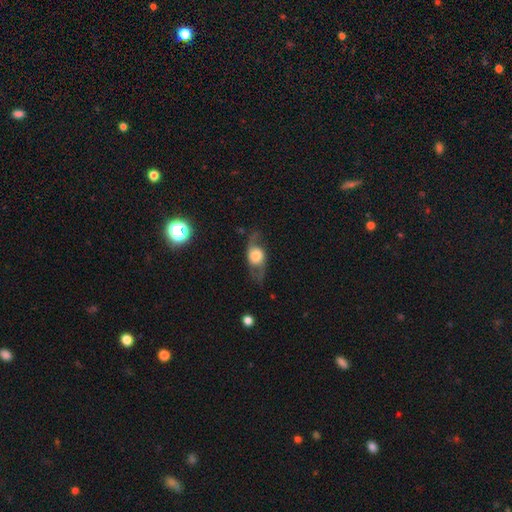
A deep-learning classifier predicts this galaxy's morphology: Smooth or featured?
  - featured or disk: 61% *
  - smooth: 32%
  - star or artifact: 8%
Edge-on disk?
  - no: 76% *
  - yes: 24%
Merging?
  - none: 68% *
  - minor disturbance: 17%
  - major disturbance: 12%
  - merger: 2%